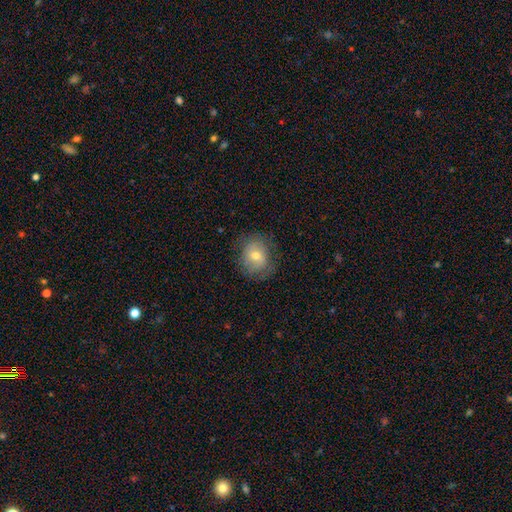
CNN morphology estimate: A smooth galaxy with no disk features (64%) that is round (62%). Merging: none (72%).